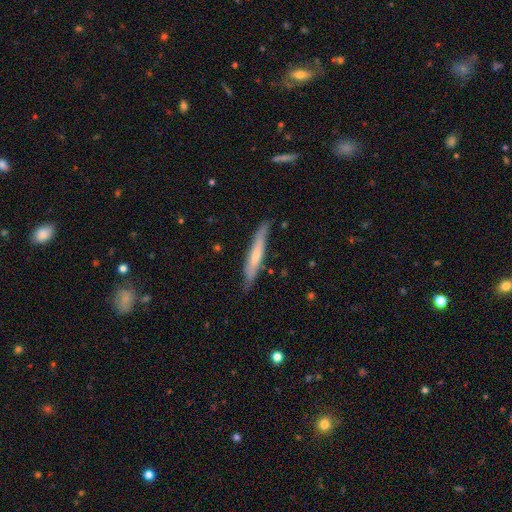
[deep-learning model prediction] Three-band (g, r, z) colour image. It shows a featured or disk galaxy (56%) viewed edge-on (94%) with a rounded central bulge (67%). Merging: none (86%).